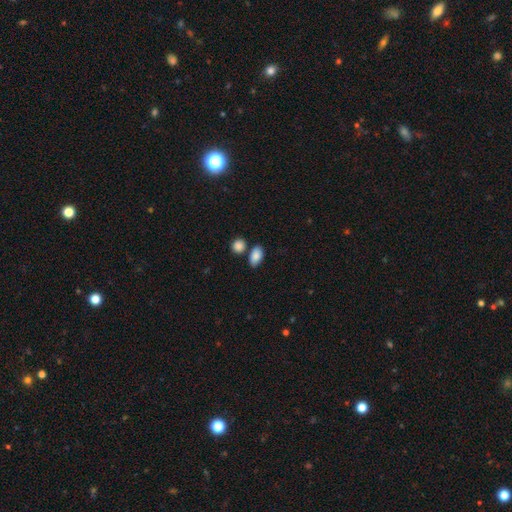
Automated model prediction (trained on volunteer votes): The model was most divided on "merging": none: 69%, merger: 14%, minor disturbance: 13%, major disturbance: 3%. More confident: how rounded — in between (88%); smooth or featured — smooth (87%).